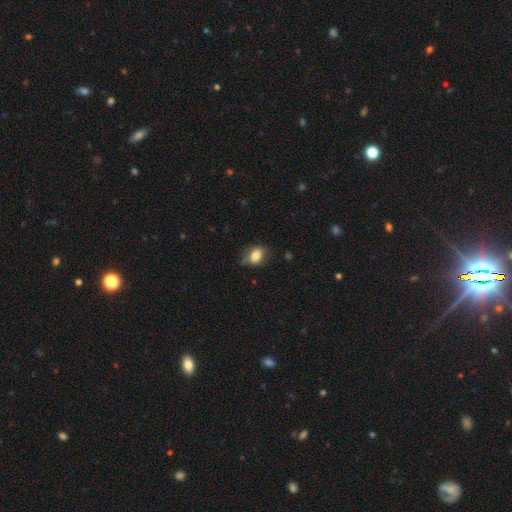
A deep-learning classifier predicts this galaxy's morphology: type=smooth (79%); roundness=in between (77%); merging=none (64%).